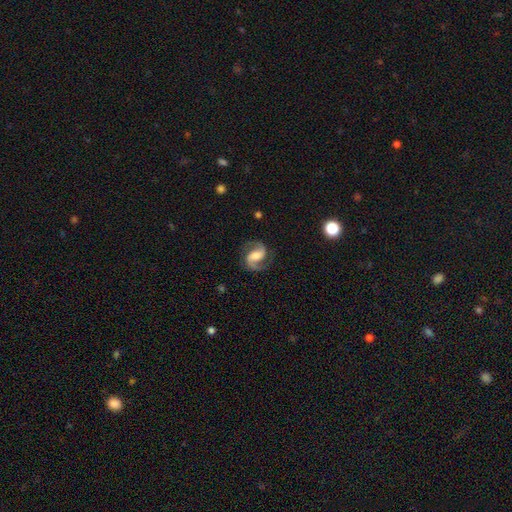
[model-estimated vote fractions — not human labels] The model was most divided on "bar": weak: 43%, no: 31%, strong: 26%. Remaining: edge-on disk — no (98%); spiral arms — yes (98%); spiral arm count — 2 (94%); smooth or featured — featured or disk (88%); merging — none (82%); spiral winding — medium (57%); bulge size — moderate (46%).